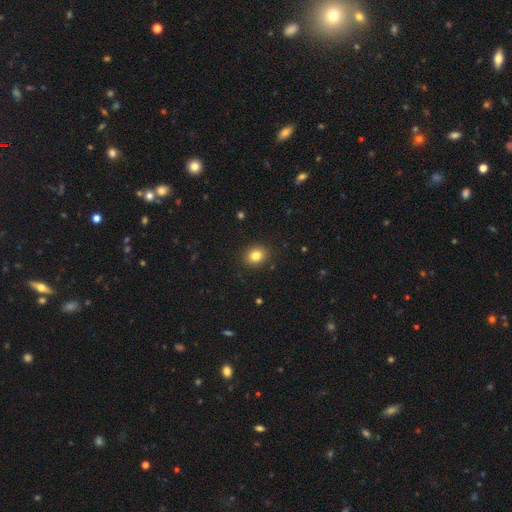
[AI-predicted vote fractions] Smooth or featured?
  - smooth: 82% *
  - star or artifact: 11%
  - featured or disk: 7%
How rounded?
  - round: 66% *
  - in between: 33%
  - cigar-shaped: 1%
Merging?
  - none: 89% *
  - minor disturbance: 7%
  - major disturbance: 2%
  - merger: 1%